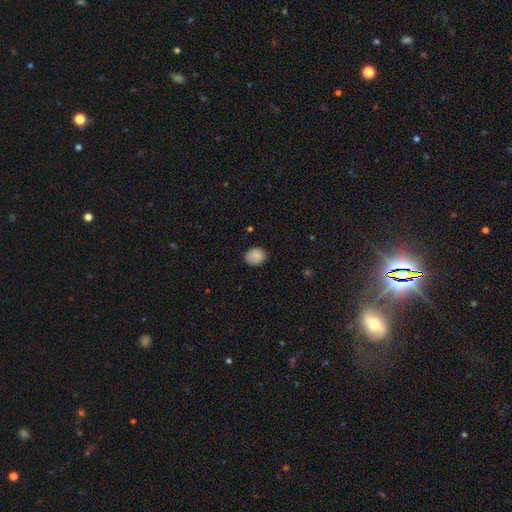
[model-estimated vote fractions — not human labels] Smooth or featured? Predicted: smooth (p=0.87). How rounded? Predicted: round (p=0.67). Merging? Predicted: none (p=0.83).